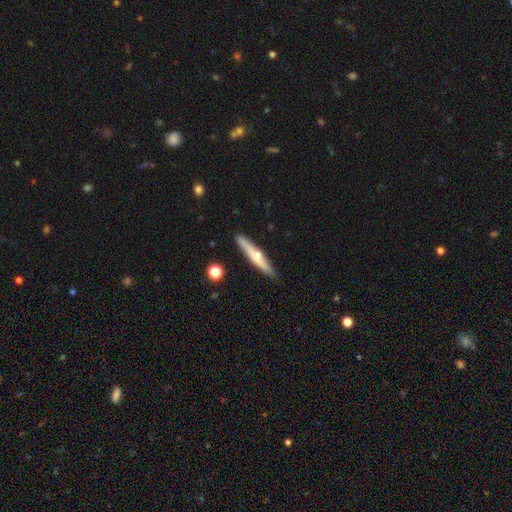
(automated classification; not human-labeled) The model was most divided on "smooth or featured": smooth: 49%, featured or disk: 45%, star or artifact: 6%. More confident: merging — none (86%).